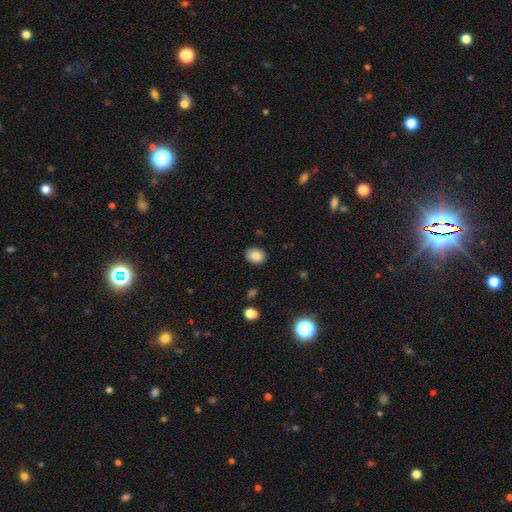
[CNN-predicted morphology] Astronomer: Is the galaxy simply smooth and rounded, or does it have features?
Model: smooth — 86%.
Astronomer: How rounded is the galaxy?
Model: in between — 67%.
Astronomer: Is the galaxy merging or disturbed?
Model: none — 86%.